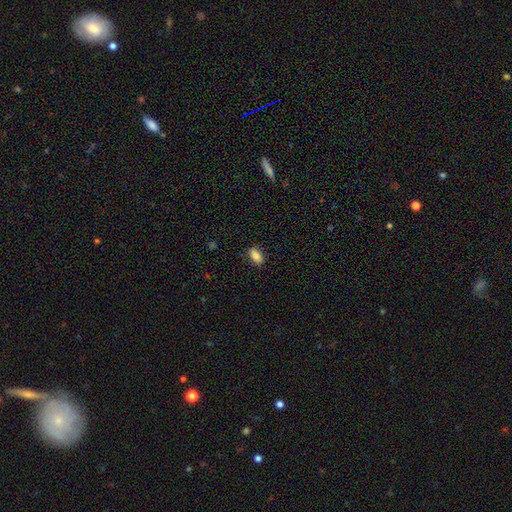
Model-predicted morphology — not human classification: Smooth or featured? Predicted: smooth (p=0.86). How rounded? Predicted: in between (p=0.90). Merging? Predicted: none (p=0.85).